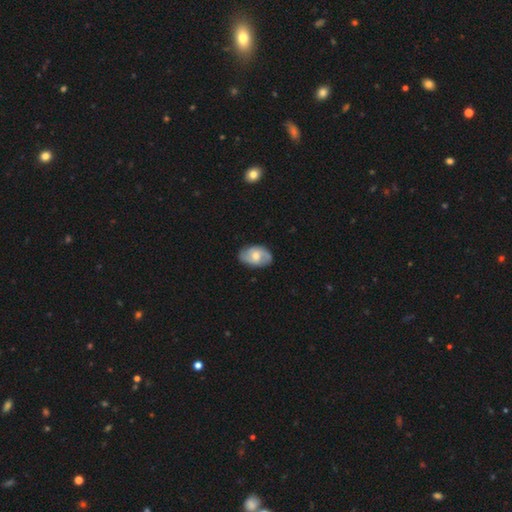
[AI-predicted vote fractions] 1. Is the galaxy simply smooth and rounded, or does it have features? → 61% featured or disk, 33% smooth, 6% star or artifact.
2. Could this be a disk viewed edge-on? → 95% no, 5% yes.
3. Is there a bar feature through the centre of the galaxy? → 52% no, 40% weak, 8% strong.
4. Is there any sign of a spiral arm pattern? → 84% yes, 16% no.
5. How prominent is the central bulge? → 65% moderate, 27% small, 5% large, 2% none, 1% dominant.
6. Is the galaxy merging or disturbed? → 81% none, 14% minor disturbance, 3% major disturbance, 1% merger.